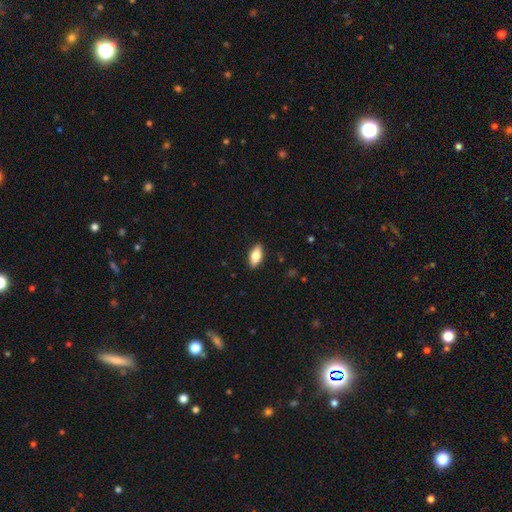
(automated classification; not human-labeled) Overall: smooth (74%). How rounded: in between (84%). Merging: none (89%).